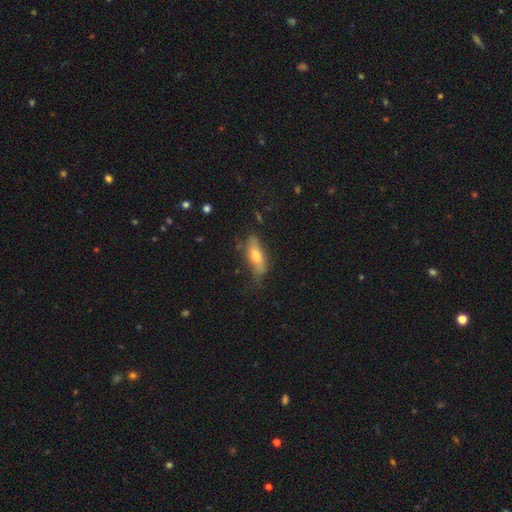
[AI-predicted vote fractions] Overall: smooth (63%; featured or disk 30%). How rounded: in between (61%; cigar-shaped 36%). Merging: none (64%; minor disturbance 26%).